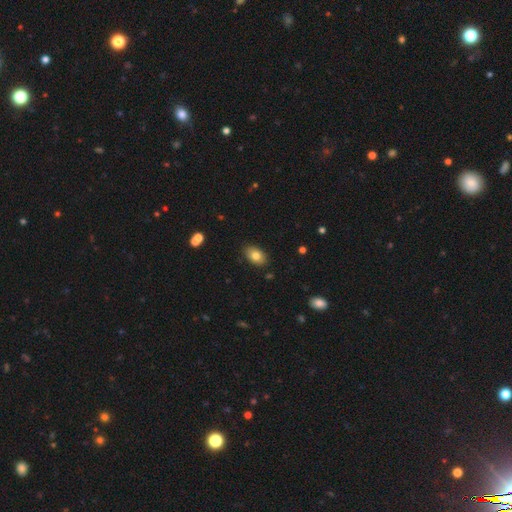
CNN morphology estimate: smooth_or_featured: smooth (p=0.80) [alt: featured or disk p=0.11]
how_rounded: in between (p=0.89) [alt: round p=0.10]
merging: none (p=0.87) [alt: minor disturbance p=0.10]